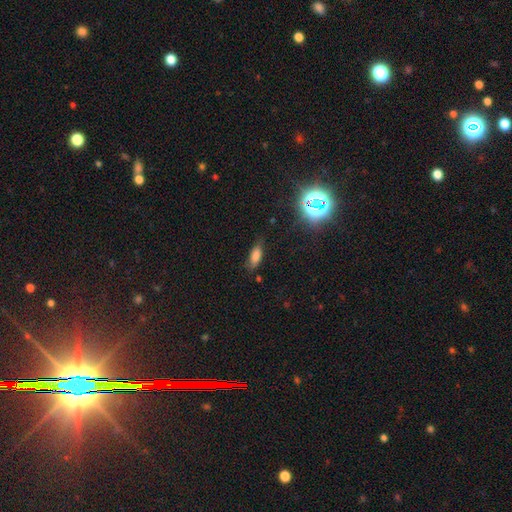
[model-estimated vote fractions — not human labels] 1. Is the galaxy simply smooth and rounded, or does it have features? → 75% smooth, 14% star or artifact, 11% featured or disk.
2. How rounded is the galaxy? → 73% in between, 24% cigar-shaped, 3% round.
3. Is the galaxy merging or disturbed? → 69% none, 23% minor disturbance, 6% major disturbance, 2% merger.